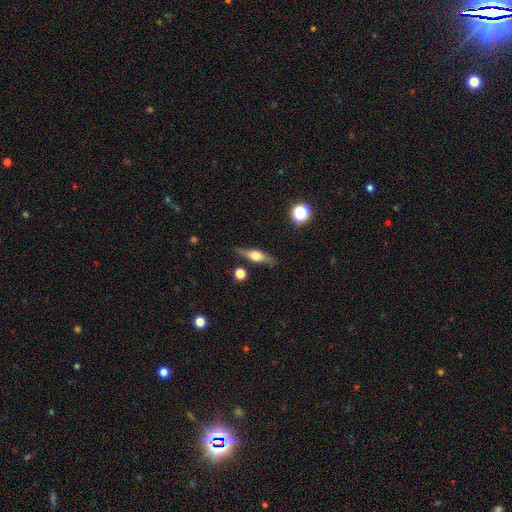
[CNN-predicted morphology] smooth_or_featured: featured or disk (p=0.51) [alt: smooth p=0.41]
disk_edge_on: yes (p=0.87) [alt: no p=0.13]
merging: none (p=0.80) [alt: minor disturbance p=0.13]